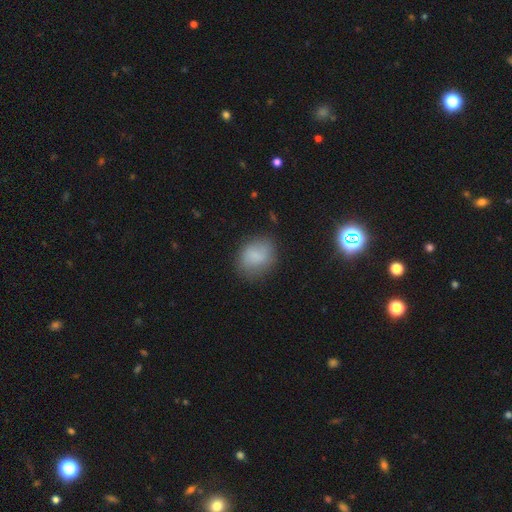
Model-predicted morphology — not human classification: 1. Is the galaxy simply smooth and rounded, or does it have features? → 78% smooth, 12% featured or disk, 10% star or artifact.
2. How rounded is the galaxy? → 51% round, 48% in between, 1% cigar-shaped.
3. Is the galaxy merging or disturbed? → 71% none, 20% minor disturbance, 6% major disturbance, 2% merger.